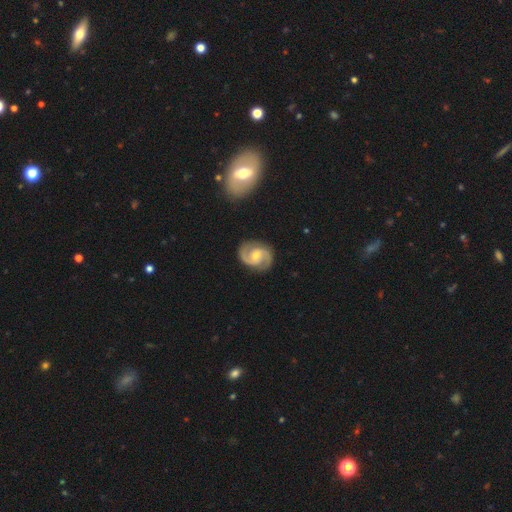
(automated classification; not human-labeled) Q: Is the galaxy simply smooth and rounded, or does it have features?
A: featured or disk — 90%.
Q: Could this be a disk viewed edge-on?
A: no — 98%.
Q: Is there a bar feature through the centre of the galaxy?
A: no — 51%.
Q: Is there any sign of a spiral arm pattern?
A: yes — 98%.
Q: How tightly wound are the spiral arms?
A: medium — 57%.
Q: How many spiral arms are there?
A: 2 — 94%.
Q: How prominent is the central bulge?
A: moderate — 51%.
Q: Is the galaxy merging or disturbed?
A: none — 86%.